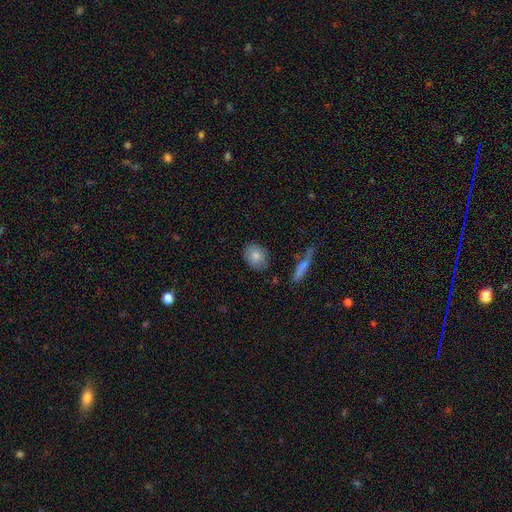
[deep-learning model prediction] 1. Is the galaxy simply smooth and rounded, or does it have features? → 82% smooth, 11% featured or disk, 7% star or artifact.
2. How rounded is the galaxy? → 63% in between, 35% round, 3% cigar-shaped.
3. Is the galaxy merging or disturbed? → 82% none, 13% minor disturbance, 3% major disturbance, 3% merger.